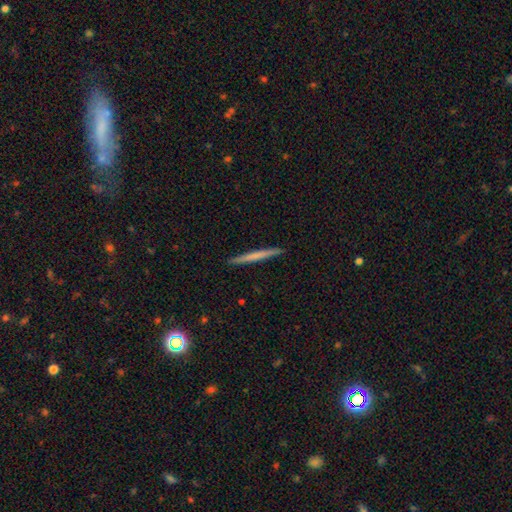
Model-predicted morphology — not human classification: Q: Smooth or featured?
A: smooth (59%); runner-up: featured or disk (36%)
Q: How rounded?
A: cigar-shaped (97%); runner-up: in between (2%)
Q: Merging?
A: none (93%); runner-up: minor disturbance (5%)